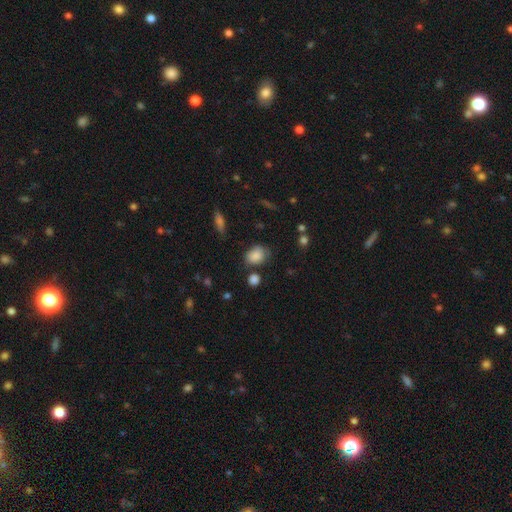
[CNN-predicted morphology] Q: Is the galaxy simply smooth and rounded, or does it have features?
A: smooth — 84%.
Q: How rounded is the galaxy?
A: in between — 62%.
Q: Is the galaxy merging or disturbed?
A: none — 63%.